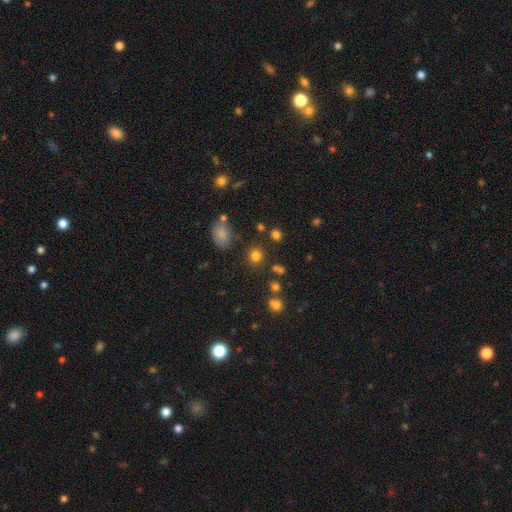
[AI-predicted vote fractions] Smooth or featured: smooth — 79% (star or artifact — 15%)
How rounded: round — 87% (in between — 12%)
Merging: none — 83% (minor disturbance — 8%)